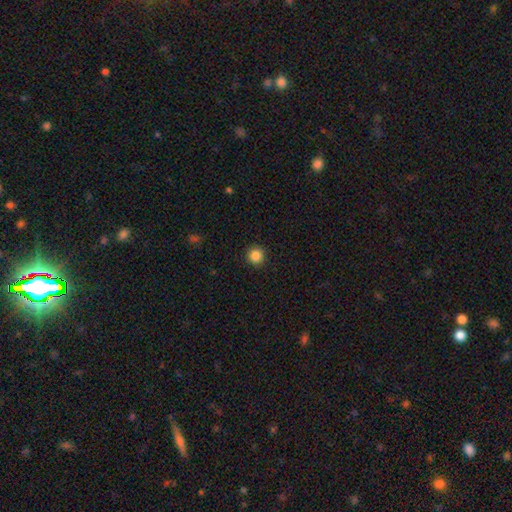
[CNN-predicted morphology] Smooth or featured? Predicted: smooth (p=0.86). How rounded? Predicted: round (p=0.94). Merging? Predicted: none (p=0.92).